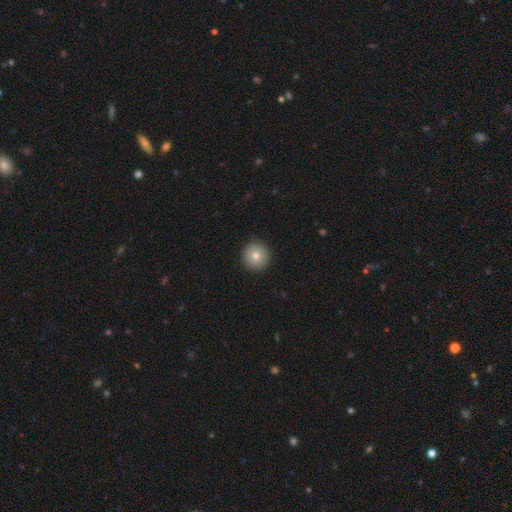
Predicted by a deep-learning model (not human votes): Smooth or featured: smooth — 79% (featured or disk — 12%)
How rounded: round — 96% (in between — 3%)
Merging: none — 93% (minor disturbance — 5%)